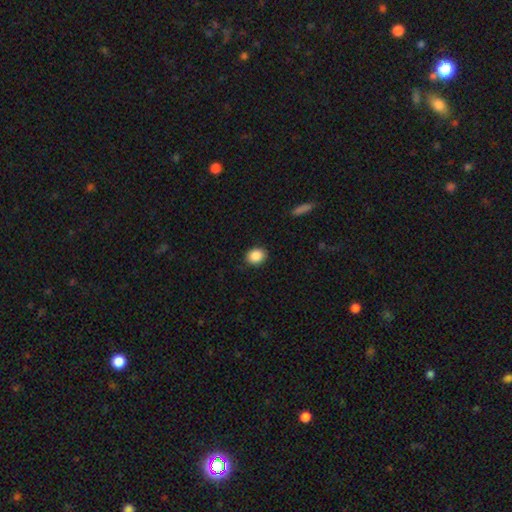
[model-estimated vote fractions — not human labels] This appears to be a smooth galaxy with no disk features (88%) that is round (60%). Merging: none (89%).